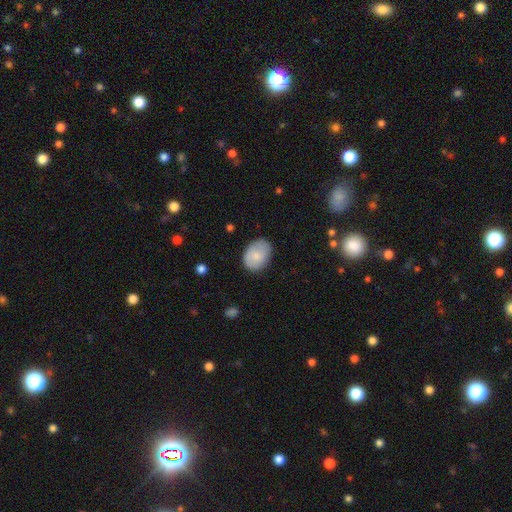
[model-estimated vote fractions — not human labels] smooth-or-featured: smooth: 81% | featured or disk: 13% | star or artifact: 6%
  how-rounded: in between: 75% | round: 24% | cigar-shaped: 1%
  merging: none: 80% | minor disturbance: 16% | major disturbance: 3% | merger: 1%